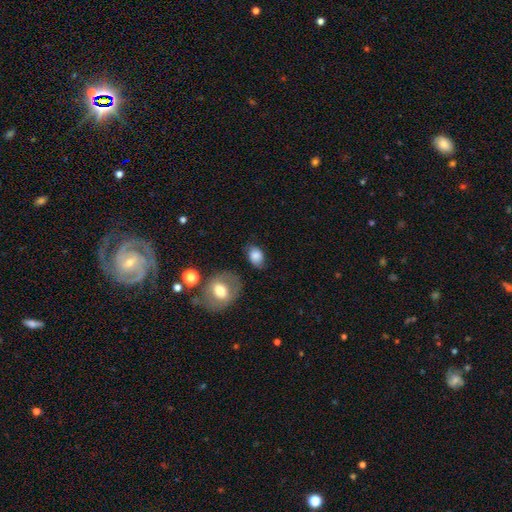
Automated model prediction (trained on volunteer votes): Overall: smooth (80%). How rounded: in between (77%). Merging: none (68%).